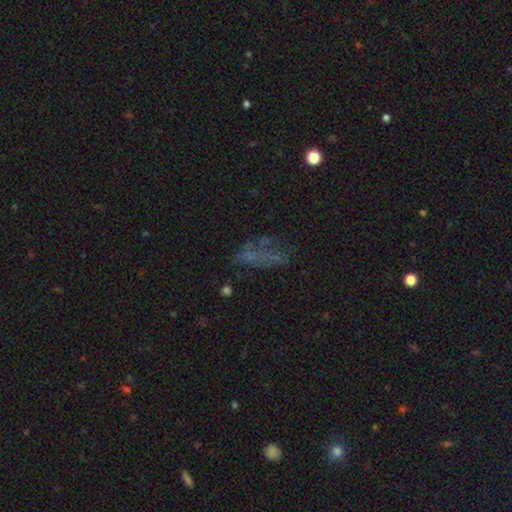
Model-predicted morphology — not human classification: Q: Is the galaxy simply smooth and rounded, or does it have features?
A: smooth — 38%.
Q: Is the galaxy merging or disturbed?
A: none — 45%.